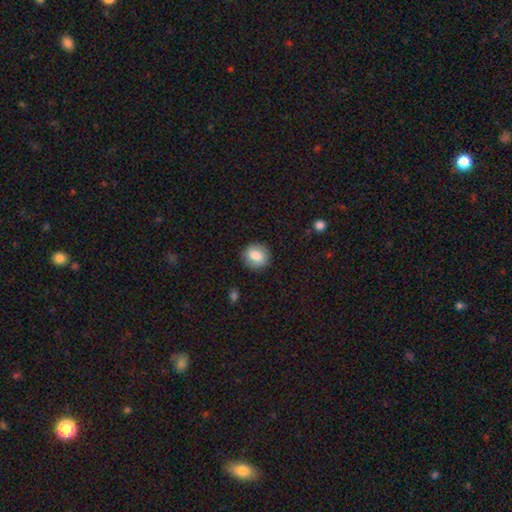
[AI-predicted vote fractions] Overall: smooth (78%). How rounded: round (85%). Merging: none (88%).